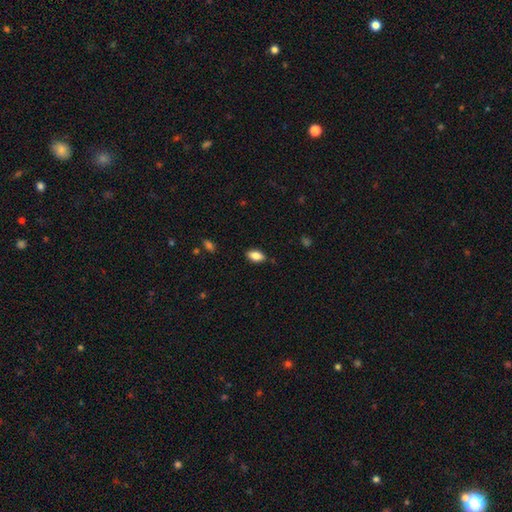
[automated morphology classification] Smooth or featured? smooth (84%)
How rounded? in between (91%)
Merging? none (84%)